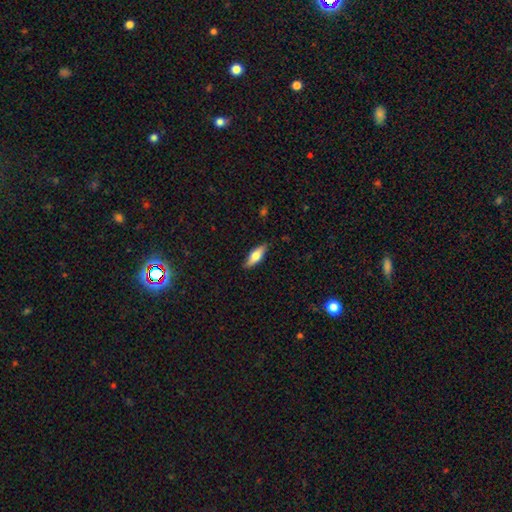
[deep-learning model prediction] Smooth or featured: smooth — 60% (featured or disk — 34%)
How rounded: in between — 57% (cigar-shaped — 41%)
Merging: none — 85% (minor disturbance — 11%)